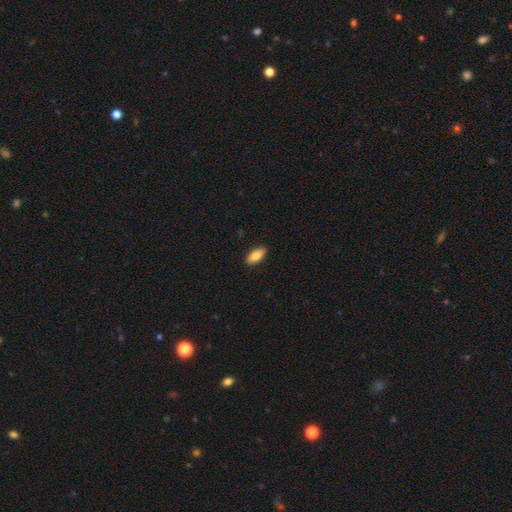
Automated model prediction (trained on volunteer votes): Smooth or featured?
  - smooth: 80% *
  - featured or disk: 14%
  - star or artifact: 6%
How rounded?
  - in between: 83% *
  - cigar-shaped: 15%
  - round: 2%
Merging?
  - none: 89% *
  - minor disturbance: 8%
  - major disturbance: 2%
  - merger: 1%